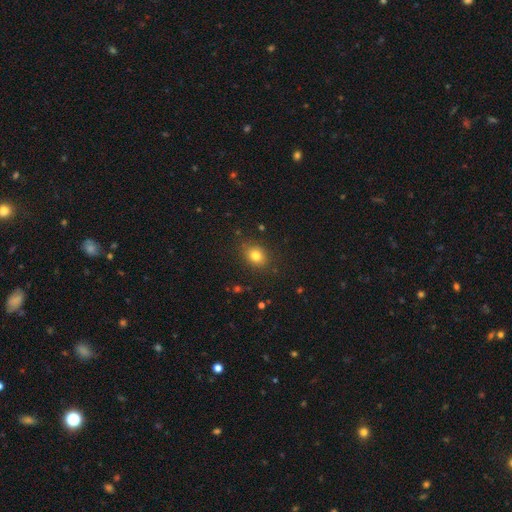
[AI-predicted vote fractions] Q: Smooth or featured?
A: smooth (80%); runner-up: star or artifact (12%)
Q: How rounded?
A: in between (53%); runner-up: round (46%)
Q: Merging?
A: none (84%); runner-up: minor disturbance (12%)